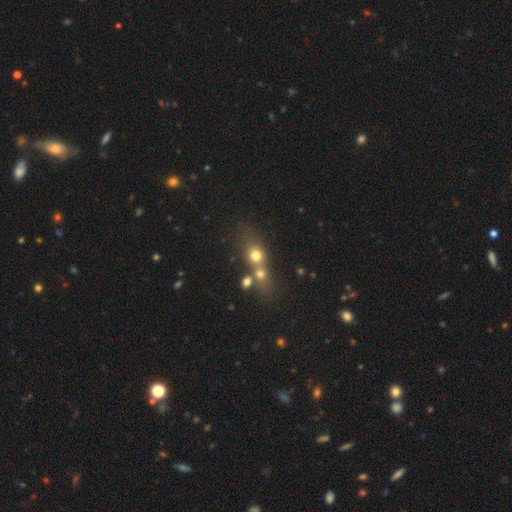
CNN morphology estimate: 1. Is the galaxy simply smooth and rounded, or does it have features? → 69% smooth, 16% featured or disk, 15% star or artifact.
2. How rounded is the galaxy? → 61% round, 34% in between, 5% cigar-shaped.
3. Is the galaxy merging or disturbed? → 52% merger, 33% none, 8% minor disturbance, 6% major disturbance.